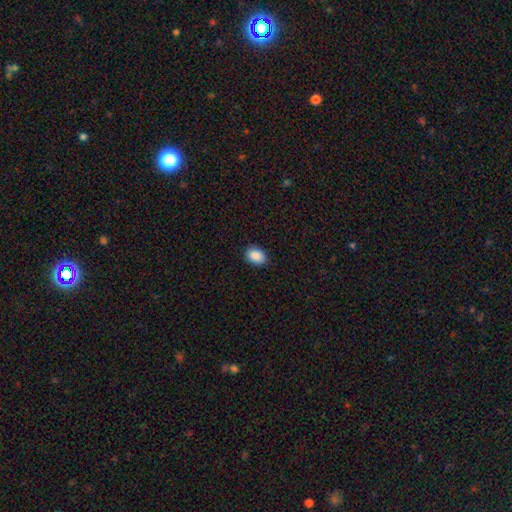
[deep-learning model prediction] Smooth or featured?
  - smooth: 90% *
  - star or artifact: 8%
  - featured or disk: 3%
How rounded?
  - in between: 77% *
  - round: 22%
  - cigar-shaped: 1%
Merging?
  - none: 88% *
  - minor disturbance: 9%
  - major disturbance: 2%
  - merger: 1%